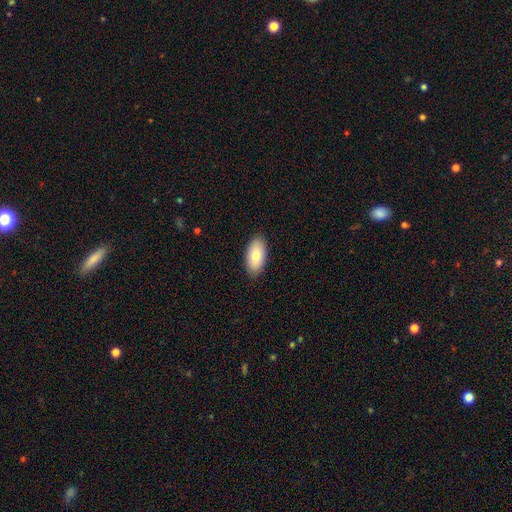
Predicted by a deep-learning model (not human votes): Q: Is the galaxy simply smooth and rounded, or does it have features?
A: smooth — 78%.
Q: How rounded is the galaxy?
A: in between — 94%.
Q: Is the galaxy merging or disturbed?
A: none — 88%.